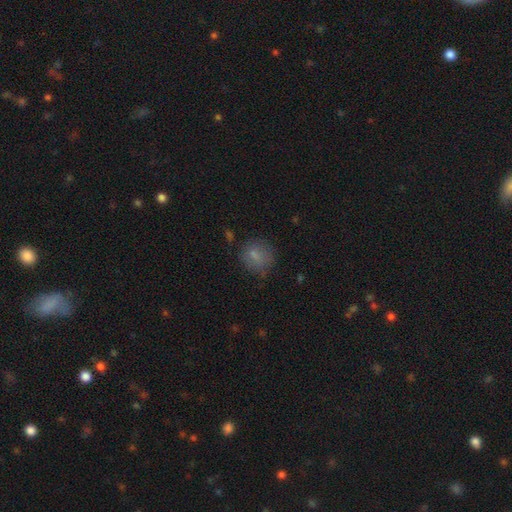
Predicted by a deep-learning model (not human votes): smooth_or_featured: smooth (p=0.75) [alt: featured or disk p=0.14]
how_rounded: round (p=0.76) [alt: in between p=0.23]
merging: none (p=0.69) [alt: minor disturbance p=0.19]